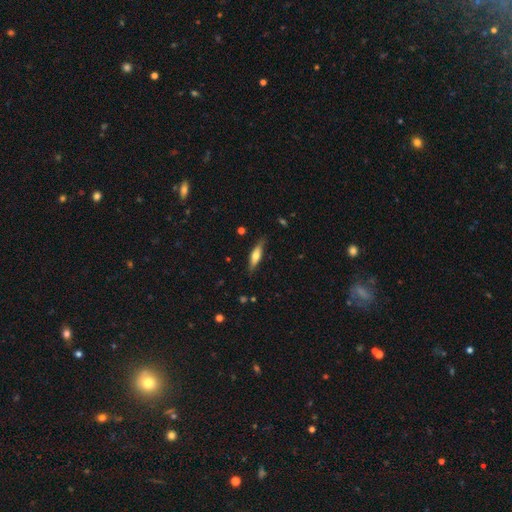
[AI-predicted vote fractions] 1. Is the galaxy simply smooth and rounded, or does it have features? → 53% smooth, 41% featured or disk, 6% star or artifact.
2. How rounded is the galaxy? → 60% cigar-shaped, 38% in between, 2% round.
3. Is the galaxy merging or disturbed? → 78% none, 17% minor disturbance, 3% major disturbance, 1% merger.